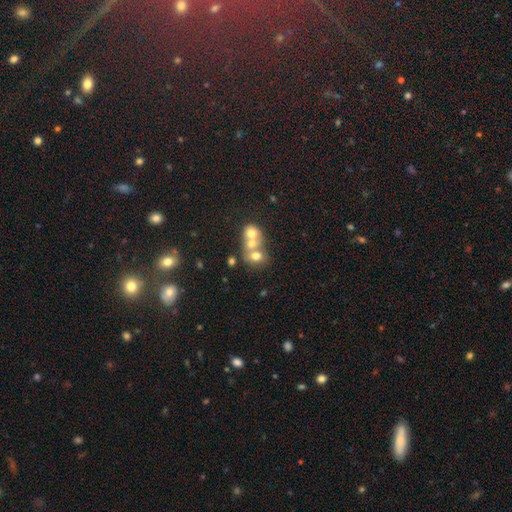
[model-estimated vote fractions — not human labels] Q: Smooth or featured?
A: smooth (65%); runner-up: featured or disk (24%)
Q: How rounded?
A: round (57%); runner-up: in between (42%)
Q: Merging?
A: merger (67%); runner-up: none (23%)